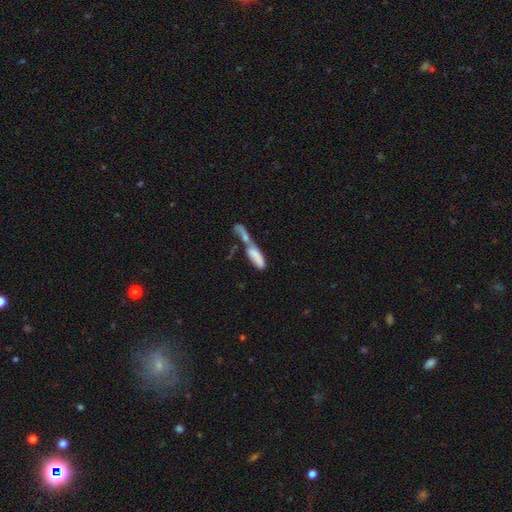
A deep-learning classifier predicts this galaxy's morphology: Q: Smooth or featured?
A: smooth (69%); runner-up: featured or disk (23%)
Q: How rounded?
A: cigar-shaped (50%); runner-up: in between (47%)
Q: Merging?
A: merger (72%); runner-up: none (12%)